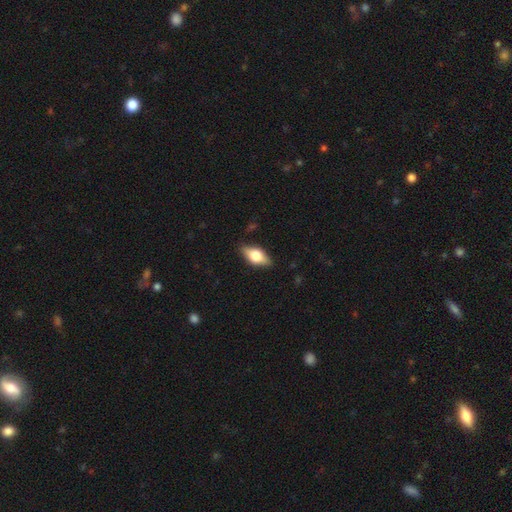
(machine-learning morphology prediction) smooth-or-featured: smooth: 52% | featured or disk: 41% | star or artifact: 8%
  how-rounded: in between: 80% | cigar-shaped: 14% | round: 6%
  merging: none: 83% | minor disturbance: 13% | major disturbance: 3% | merger: 1%